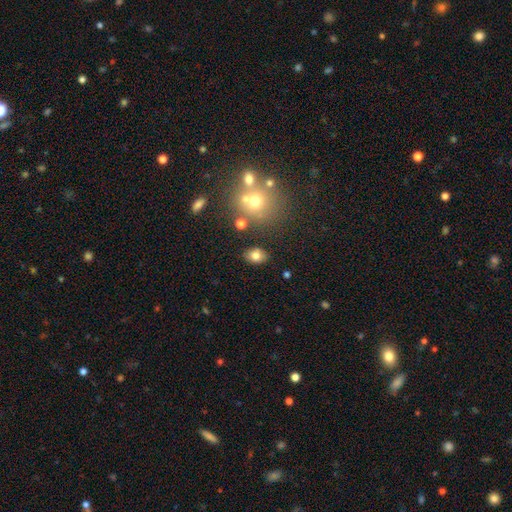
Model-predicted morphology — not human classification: Overall: smooth (77%). How rounded: in between (73%). Merging: none (82%).